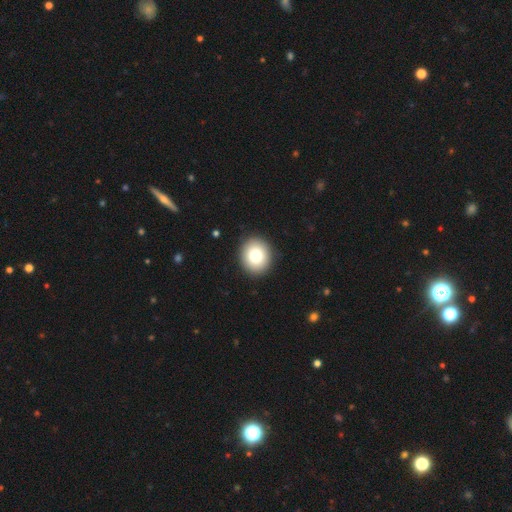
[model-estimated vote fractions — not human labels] Q: Smooth or featured?
A: smooth (80%); runner-up: featured or disk (11%)
Q: How rounded?
A: round (77%); runner-up: in between (22%)
Q: Merging?
A: none (91%); runner-up: minor disturbance (6%)